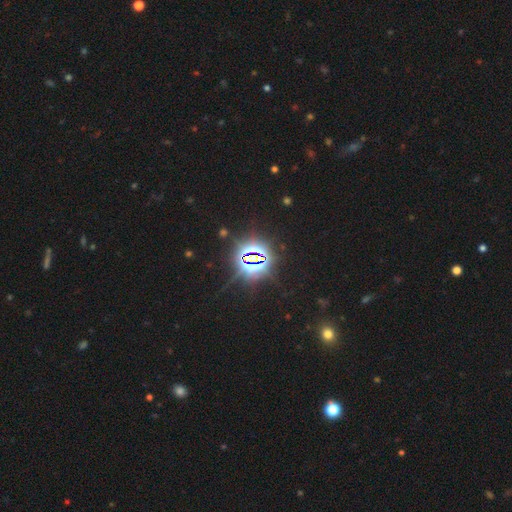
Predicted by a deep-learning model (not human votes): Smooth or featured? star or artifact (84%)